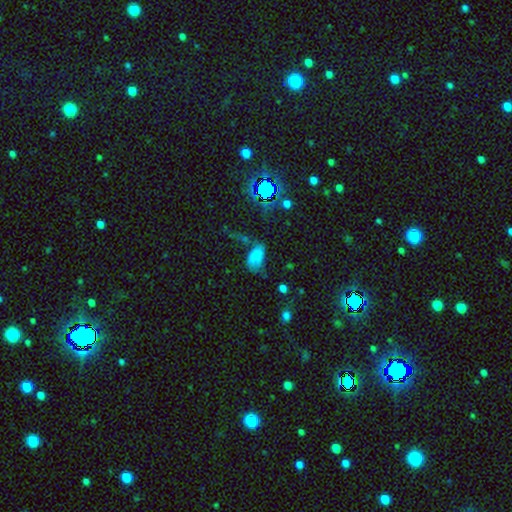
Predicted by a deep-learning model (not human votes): A smooth galaxy with no disk features (68%) that is in between round and cigar-shaped (91%).

Vote fractions:
- Smooth or featured? smooth: 68% / star or artifact: 18% / featured or disk: 14%
- How rounded? in between: 91% / round: 7% / cigar-shaped: 2%
- Merging? none: 36% / minor disturbance: 29% / major disturbance: 22% / merger: 13%